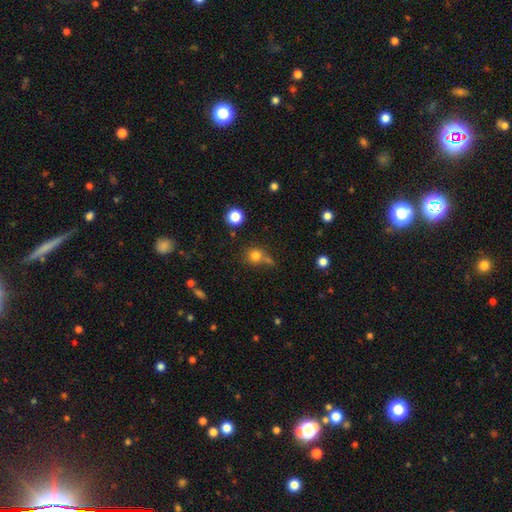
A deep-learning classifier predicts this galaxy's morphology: This appears to be a smooth galaxy with no disk features (78%) that is round (86%). Merging: none (56%).